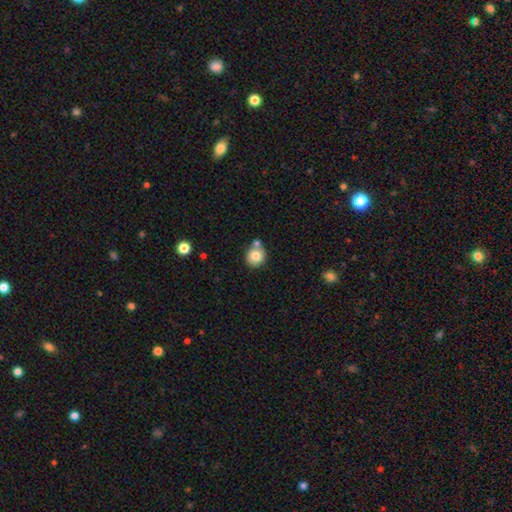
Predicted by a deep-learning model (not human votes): Morphology: type=smooth (79%); roundness=round (88%); merging=none (64%).